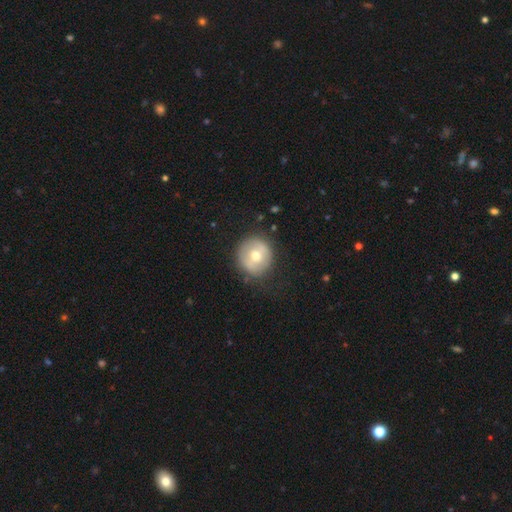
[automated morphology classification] smooth-or-featured: smooth: 57% | featured or disk: 35% | star or artifact: 8%
  how-rounded: round: 93% | in between: 6% | cigar-shaped: 1%
  merging: none: 82% | minor disturbance: 12% | major disturbance: 5% | merger: 1%